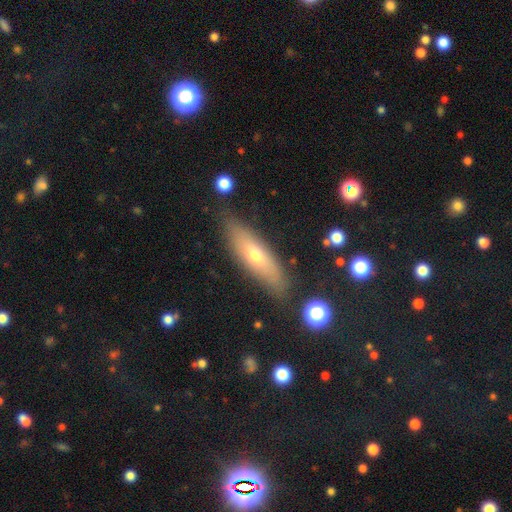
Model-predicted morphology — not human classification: The model was most divided on "smooth or featured": smooth: 53%, featured or disk: 39%, star or artifact: 8%. More confident: merging — none (82%); how rounded — cigar-shaped (56%).